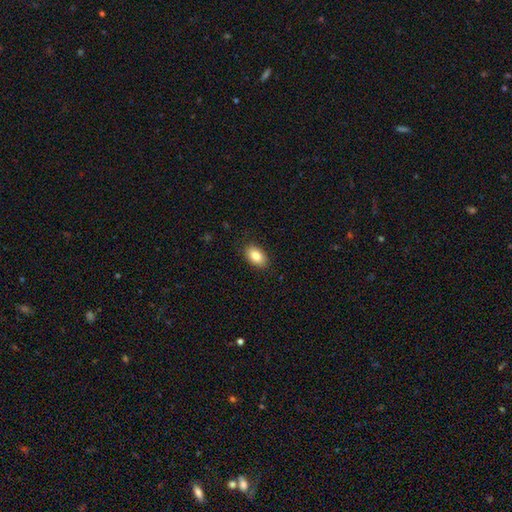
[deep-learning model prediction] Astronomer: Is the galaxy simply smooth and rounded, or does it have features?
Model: smooth — 86%.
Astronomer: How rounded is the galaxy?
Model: in between — 91%.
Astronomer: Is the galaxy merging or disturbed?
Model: none — 87%.